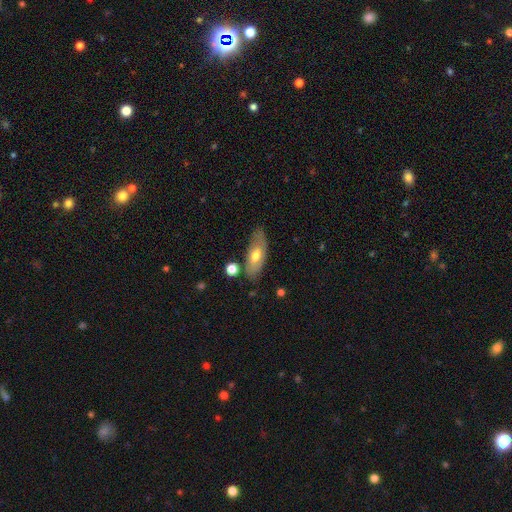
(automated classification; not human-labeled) Smooth or featured? Predicted: smooth (p=0.58). How rounded? Predicted: in between (p=0.76). Merging? Predicted: none (p=0.72).